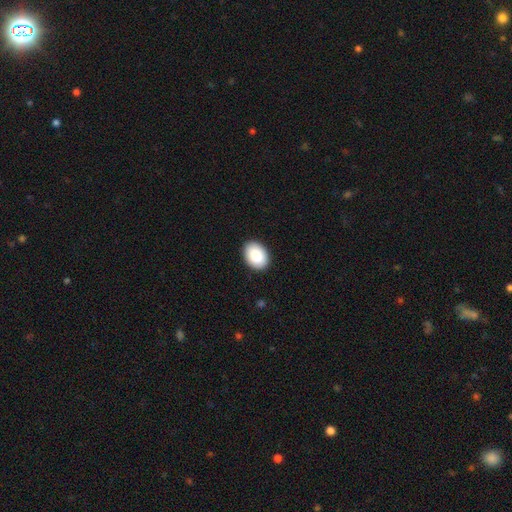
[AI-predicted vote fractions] smooth 89%, star or artifact 6%, featured or disk 5%. Down the decision tree: how rounded — in between (80%); merging — none (90%).